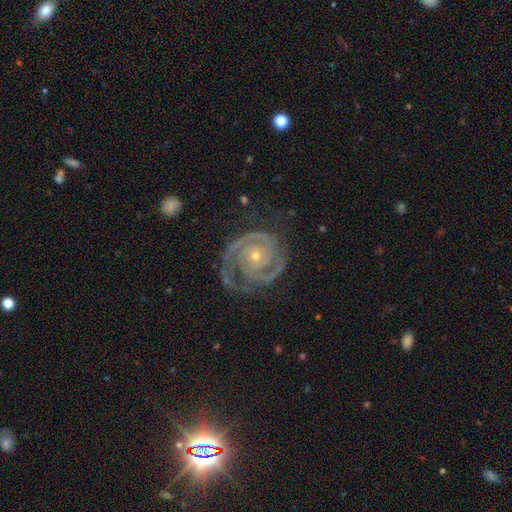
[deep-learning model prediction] Smooth or featured? Predicted: featured or disk (p=0.92). Edge-on disk? Predicted: no (p=0.98). Bar? Predicted: no (p=0.76). Spiral arms? Predicted: yes (p=0.98). Spiral winding? Predicted: tight (p=0.70). Spiral arm count? Predicted: 2 (p=0.63). Bulge size? Predicted: small (p=0.65). Merging? Predicted: none (p=0.67).